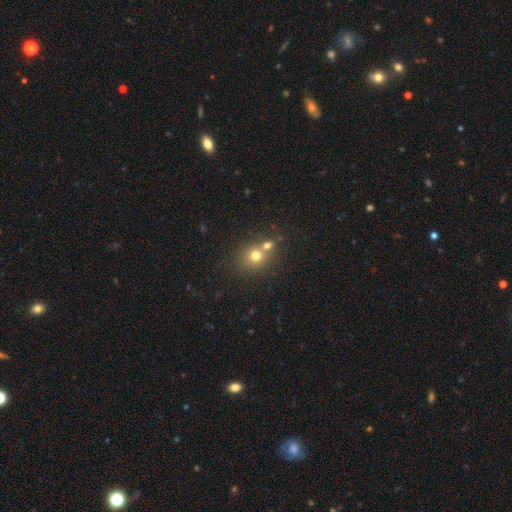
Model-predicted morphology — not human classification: Q: Smooth or featured?
A: smooth (71%); runner-up: star or artifact (15%)
Q: How rounded?
A: round (79%); runner-up: in between (20%)
Q: Merging?
A: none (46%); runner-up: merger (44%)